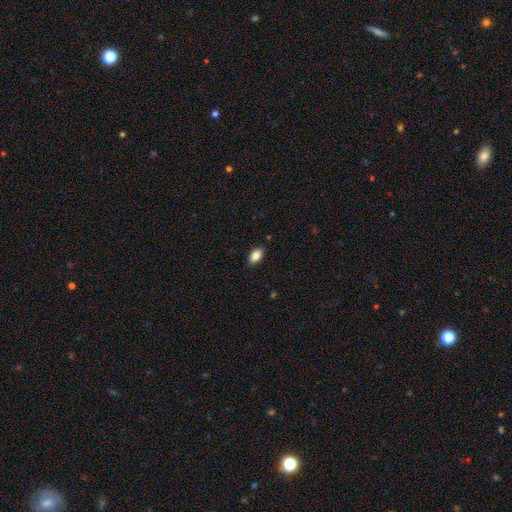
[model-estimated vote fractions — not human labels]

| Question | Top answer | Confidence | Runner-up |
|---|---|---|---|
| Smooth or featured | smooth | 86% | star or artifact (8%) |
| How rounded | in between | 91% | round (7%) |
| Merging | none | 88% | minor disturbance (9%) |